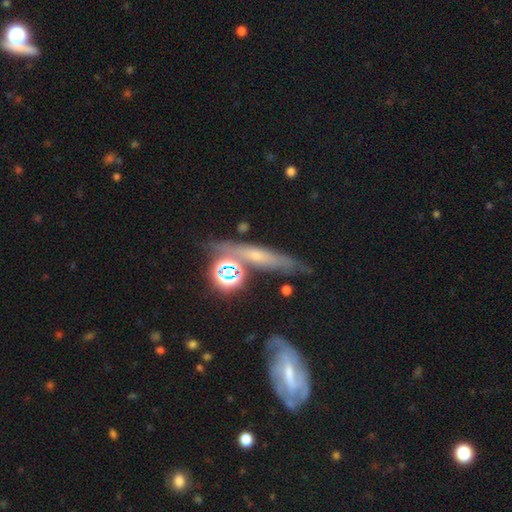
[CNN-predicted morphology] Smooth or featured?
  - featured or disk: 52% *
  - smooth: 28%
  - star or artifact: 20%
Edge-on disk?
  - yes: 72% *
  - no: 28%
Merging?
  - none: 64% *
  - minor disturbance: 17%
  - merger: 12%
  - major disturbance: 7%